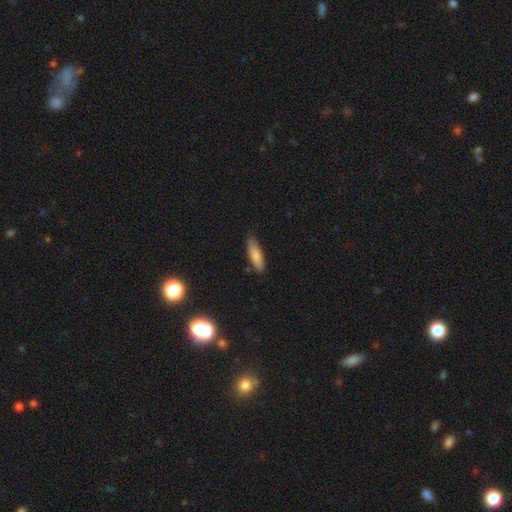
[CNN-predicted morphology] A smooth galaxy with no disk features (81%) that is in between round and cigar-shaped (49%, tied with cigar-shaped).

Vote fractions:
- Smooth or featured? smooth: 81% / featured or disk: 12% / star or artifact: 6%
- How rounded? in between: 49% (tied) / cigar-shaped: 49% (tied) / round: 2%
- Merging? none: 78% / minor disturbance: 18% / major disturbance: 3% / merger: 2%